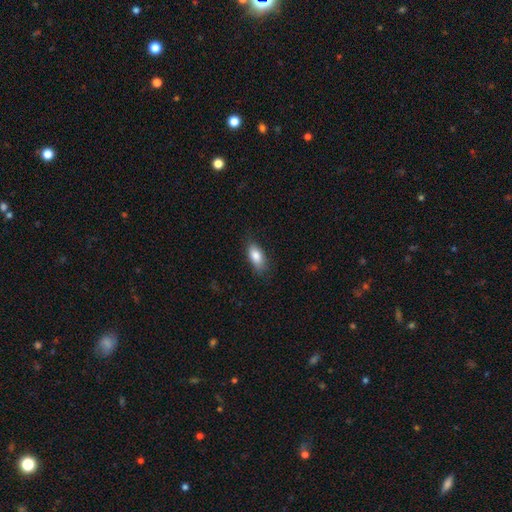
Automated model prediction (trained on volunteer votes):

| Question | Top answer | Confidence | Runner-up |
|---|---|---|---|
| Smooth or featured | smooth | 83% | featured or disk (10%) |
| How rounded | in between | 86% | cigar-shaped (11%) |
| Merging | none | 77% | minor disturbance (17%) |